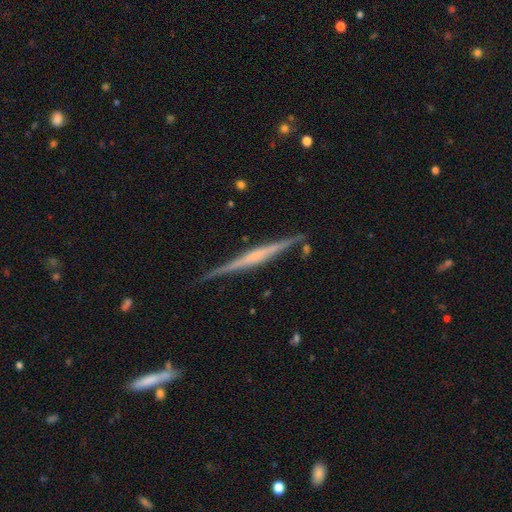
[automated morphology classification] Smooth or featured? Predicted: featured or disk (p=0.75). Edge-on disk? Predicted: yes (p=0.98). Edge-on bulge? Predicted: none (p=0.41). Merging? Predicted: none (p=0.87).